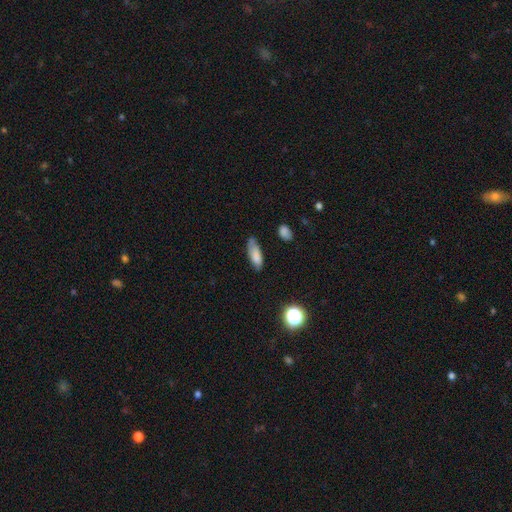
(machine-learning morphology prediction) Smooth or featured?
  - smooth: 80% *
  - featured or disk: 11%
  - star or artifact: 9%
How rounded?
  - in between: 65% *
  - cigar-shaped: 33%
  - round: 2%
Merging?
  - none: 57% *
  - minor disturbance: 32%
  - major disturbance: 8%
  - merger: 3%